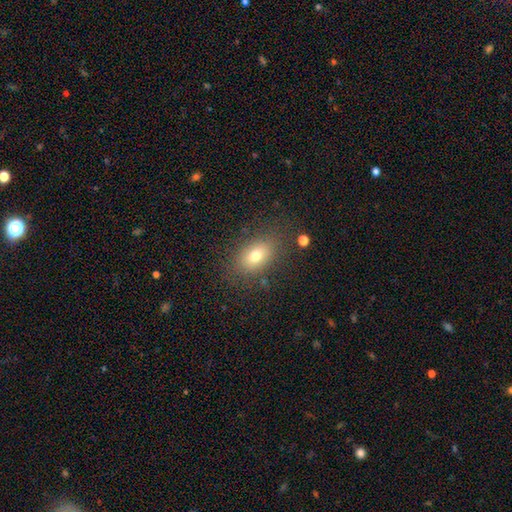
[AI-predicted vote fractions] smooth_or_featured: smooth (p=0.75) [alt: featured or disk p=0.13]
how_rounded: in between (p=0.81) [alt: round p=0.17]
merging: none (p=0.81) [alt: minor disturbance p=0.12]